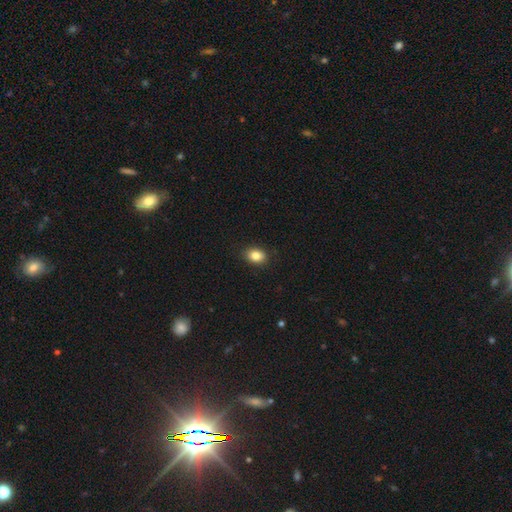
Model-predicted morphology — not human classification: Smooth or featured?
  - smooth: 84% *
  - star or artifact: 9%
  - featured or disk: 6%
How rounded?
  - in between: 67% *
  - round: 32%
  - cigar-shaped: 1%
Merging?
  - none: 89% *
  - minor disturbance: 8%
  - major disturbance: 2%
  - merger: 1%